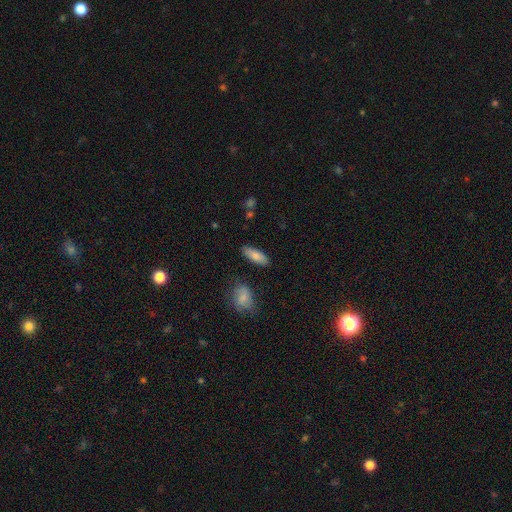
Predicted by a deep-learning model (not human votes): Overall: smooth (80%). How rounded: in between (69%). Merging: none (86%).